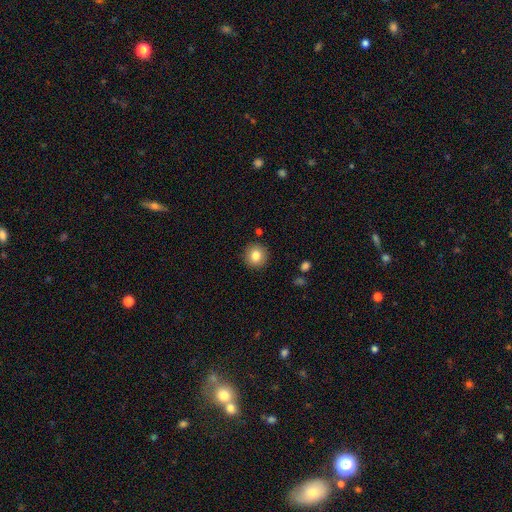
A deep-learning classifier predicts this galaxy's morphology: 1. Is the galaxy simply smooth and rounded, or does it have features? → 82% smooth, 10% star or artifact, 8% featured or disk.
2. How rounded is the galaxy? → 90% round, 9% in between, 1% cigar-shaped.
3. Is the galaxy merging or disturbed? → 90% none, 7% minor disturbance, 2% major disturbance, 1% merger.